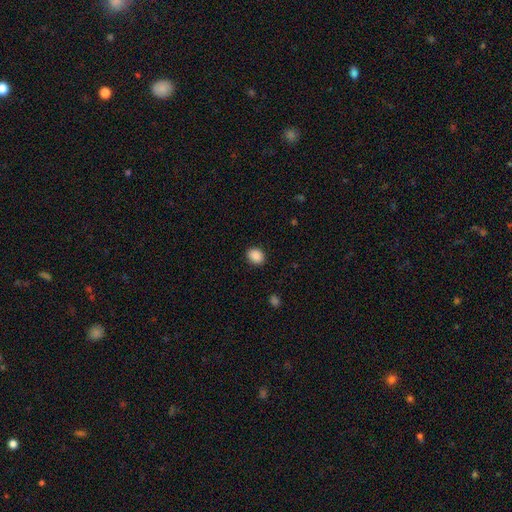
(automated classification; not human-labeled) Smooth or featured: smooth — 88% (star or artifact — 8%)
How rounded: round — 50% (tied with in between — 50%)
Merging: none — 89% (minor disturbance — 7%)